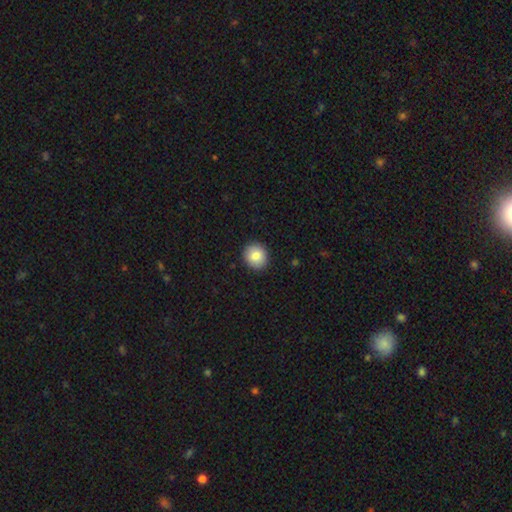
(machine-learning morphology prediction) Smooth or featured?
  - smooth: 83% *
  - featured or disk: 9%
  - star or artifact: 8%
How rounded?
  - round: 87% *
  - in between: 12%
  - cigar-shaped: 1%
Merging?
  - none: 91% *
  - minor disturbance: 6%
  - major disturbance: 2%
  - merger: 1%